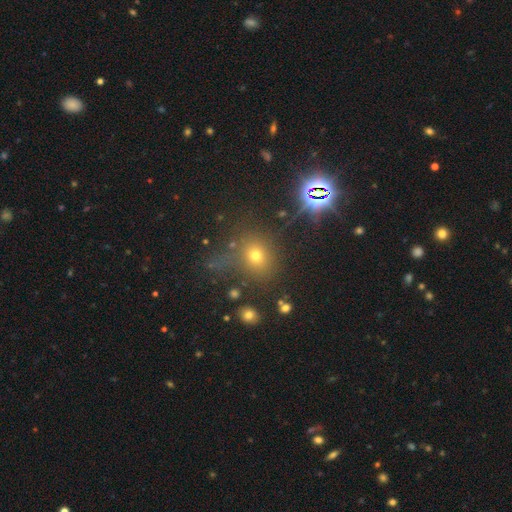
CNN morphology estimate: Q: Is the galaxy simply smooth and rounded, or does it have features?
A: smooth — 57%.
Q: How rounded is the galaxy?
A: round — 68%.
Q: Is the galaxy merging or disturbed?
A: none — 69%.